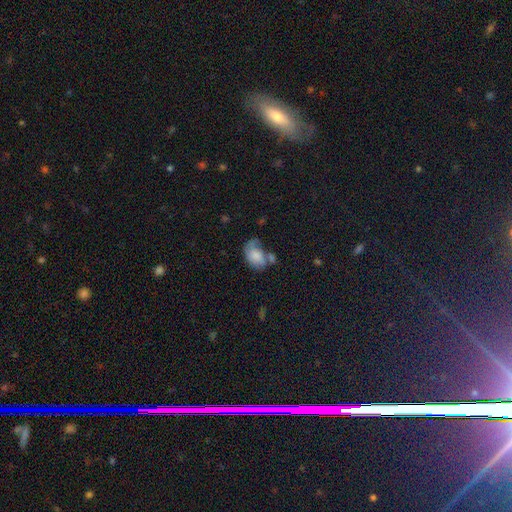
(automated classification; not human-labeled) The model was most divided on "merging": none: 30%, minor disturbance: 28%, major disturbance: 24%, merger: 19%. More confident: how rounded — in between (84%); smooth or featured — smooth (65%).